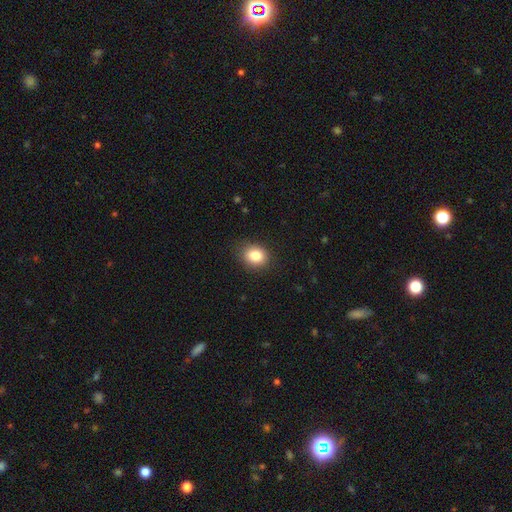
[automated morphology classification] This is clearly a smooth galaxy (84%). How rounded: possibly in between (50%). Merging: clearly none (84%).